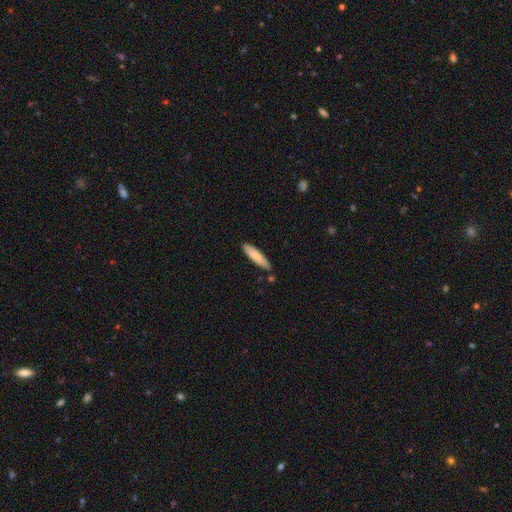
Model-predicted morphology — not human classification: Smooth or featured? smooth (80%)
How rounded? cigar-shaped (78%)
Merging? none (82%)